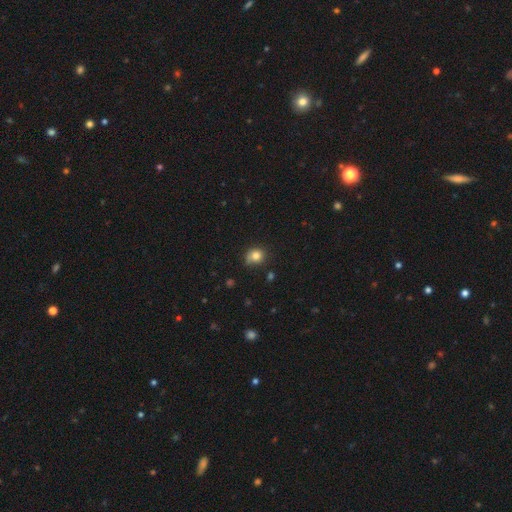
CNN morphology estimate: smooth 81%, star or artifact 11%, featured or disk 8%. Down the decision tree: how rounded — round (77%); merging — none (64%).